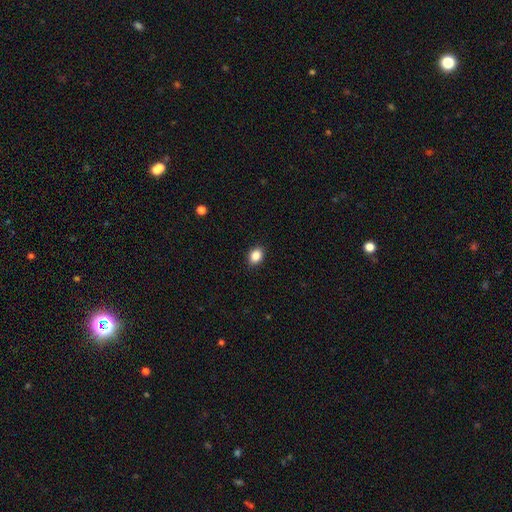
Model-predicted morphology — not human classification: Smooth or featured: smooth — 87% (star or artifact — 9%)
How rounded: in between — 66% (round — 32%)
Merging: none — 90% (minor disturbance — 7%)